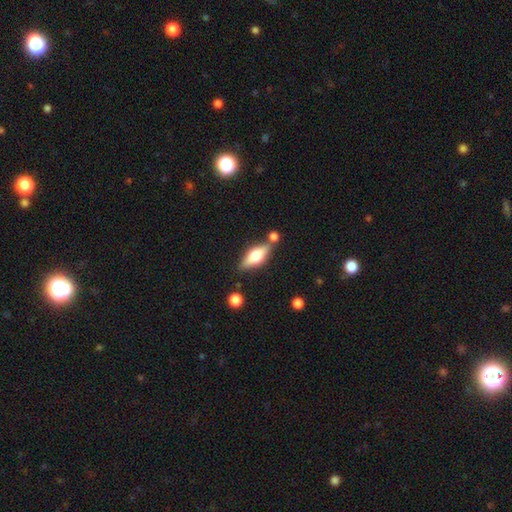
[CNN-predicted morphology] This is possibly a smooth galaxy (49%). Merging: likely none (70%).